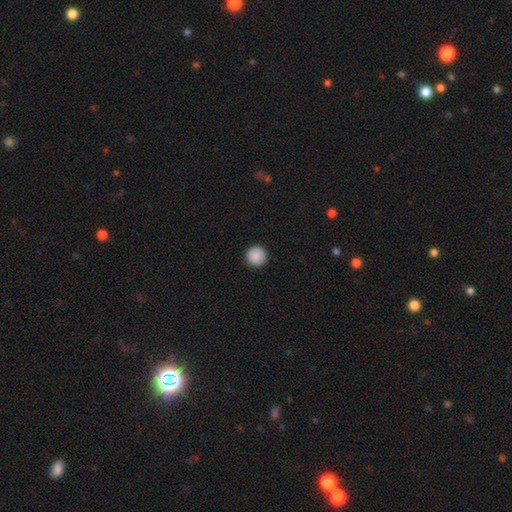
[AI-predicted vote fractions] Smooth or featured? smooth (89%)
How rounded? round (96%)
Merging? none (93%)